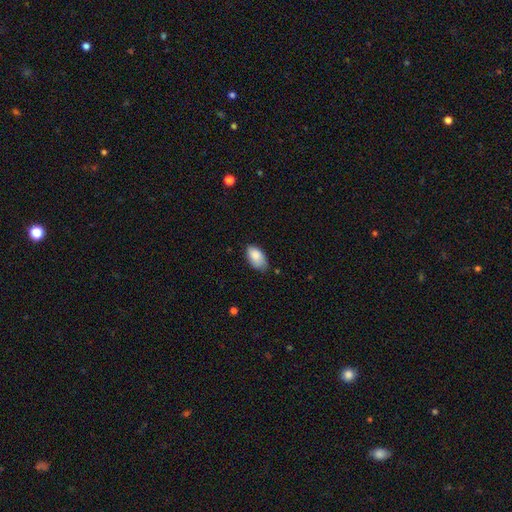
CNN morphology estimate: Smooth or featured? Predicted: smooth (p=0.86). How rounded? Predicted: in between (p=0.94). Merging? Predicted: none (p=0.63).